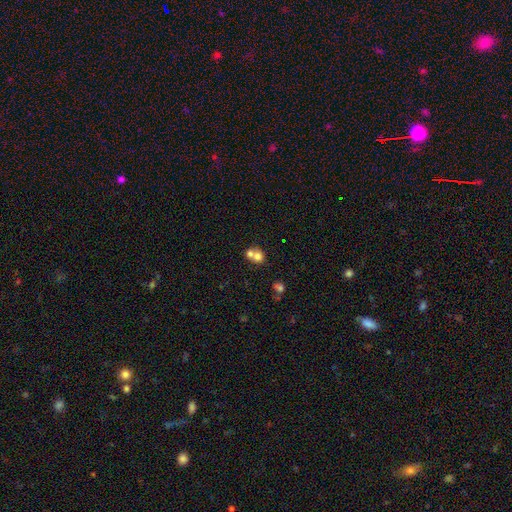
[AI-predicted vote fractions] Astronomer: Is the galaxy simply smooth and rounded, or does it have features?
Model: smooth — 70%.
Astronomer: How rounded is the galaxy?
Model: round — 70%.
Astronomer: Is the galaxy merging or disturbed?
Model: merger — 65%.